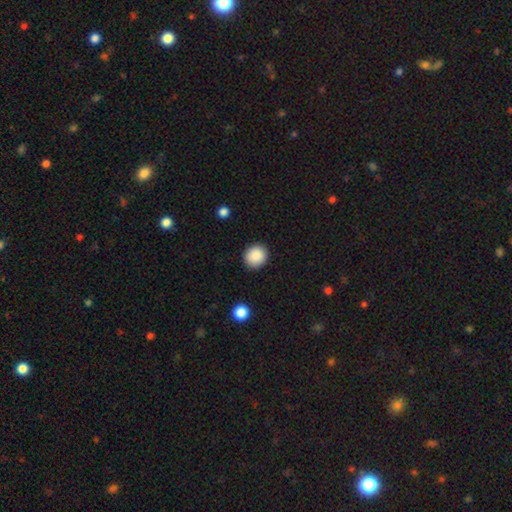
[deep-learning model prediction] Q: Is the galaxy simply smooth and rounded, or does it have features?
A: smooth — 89%.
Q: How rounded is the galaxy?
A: round — 82%.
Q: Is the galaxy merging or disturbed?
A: none — 90%.